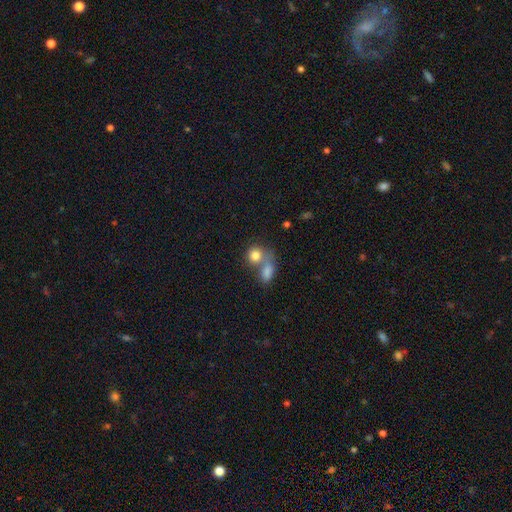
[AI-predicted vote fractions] Morphology: type=smooth (80%); roundness=round (70%); merging=merger (51%).